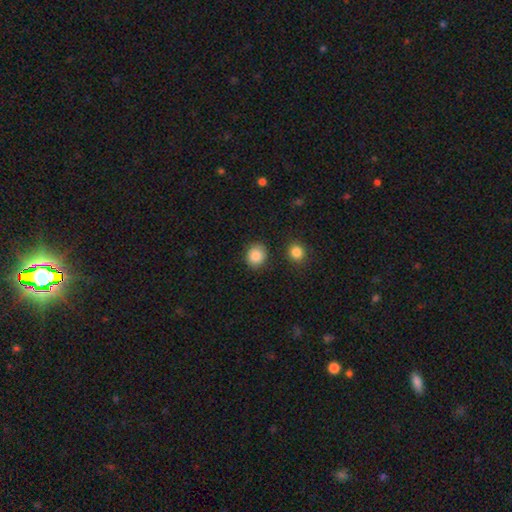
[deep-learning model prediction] A smooth galaxy with no disk features (87%) that is round (76%). Merging: none (86%).